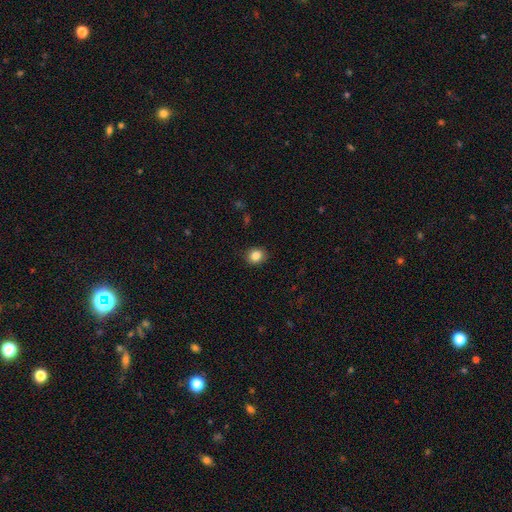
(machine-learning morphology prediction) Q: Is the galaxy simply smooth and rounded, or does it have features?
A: smooth — 85%.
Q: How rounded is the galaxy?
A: round — 69%.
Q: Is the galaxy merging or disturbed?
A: none — 90%.